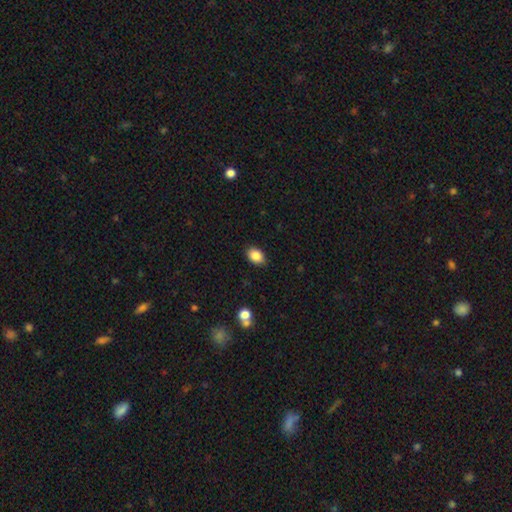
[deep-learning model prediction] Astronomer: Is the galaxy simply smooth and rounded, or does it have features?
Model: smooth — 87%.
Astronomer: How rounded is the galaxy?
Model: in between — 82%.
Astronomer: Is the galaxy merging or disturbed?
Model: none — 87%.